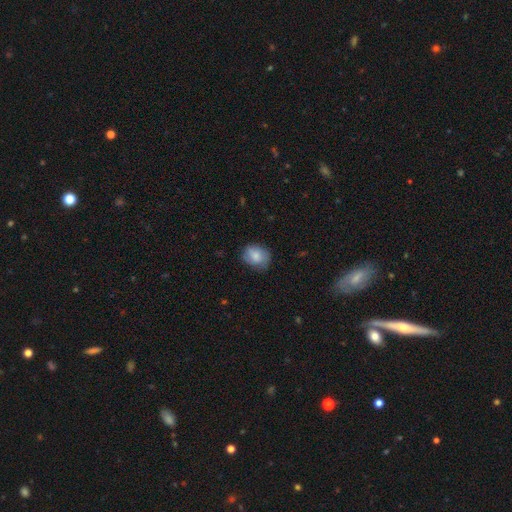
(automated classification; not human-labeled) Smooth or featured? Predicted: smooth (p=0.78). How rounded? Predicted: round (p=0.55). Merging? Predicted: none (p=0.68).